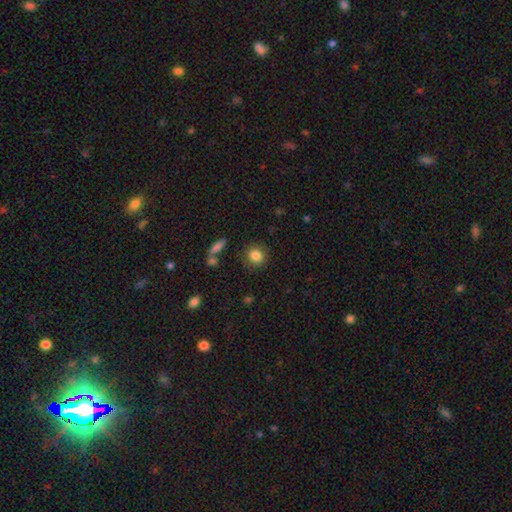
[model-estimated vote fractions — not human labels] Smooth or featured? Predicted: smooth (p=0.85). How rounded? Predicted: round (p=0.83). Merging? Predicted: none (p=0.85).